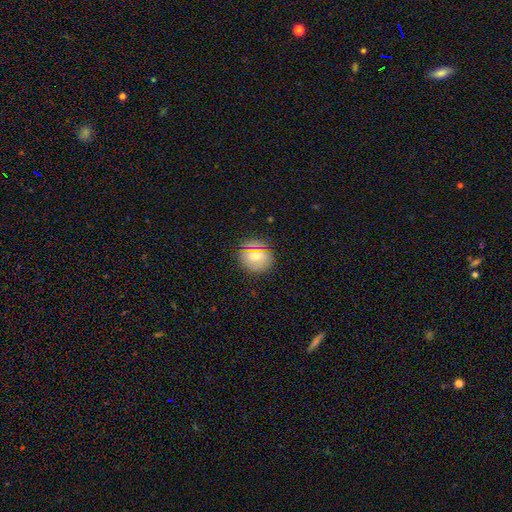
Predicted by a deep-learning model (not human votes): A smooth galaxy with no disk features (67%) that is round (77%).

Vote fractions:
- Smooth or featured? smooth: 67% / featured or disk: 21% / star or artifact: 12%
- How rounded? round: 77% / in between: 21% / cigar-shaped: 2%
- Merging? none: 81% / minor disturbance: 13% / major disturbance: 4% / merger: 2%